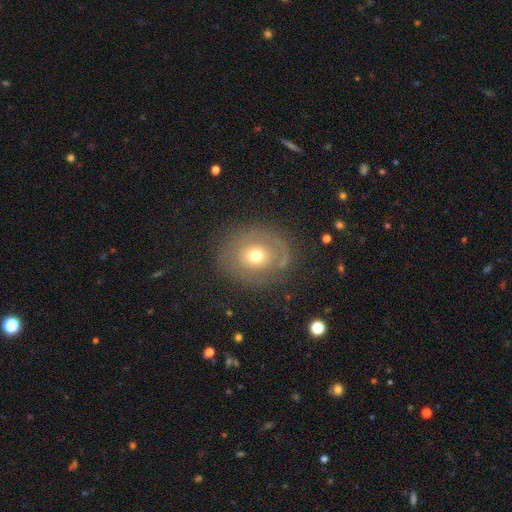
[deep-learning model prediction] Smooth or featured: smooth — 46% (featured or disk — 44%)
Merging: none — 74% (minor disturbance — 15%)